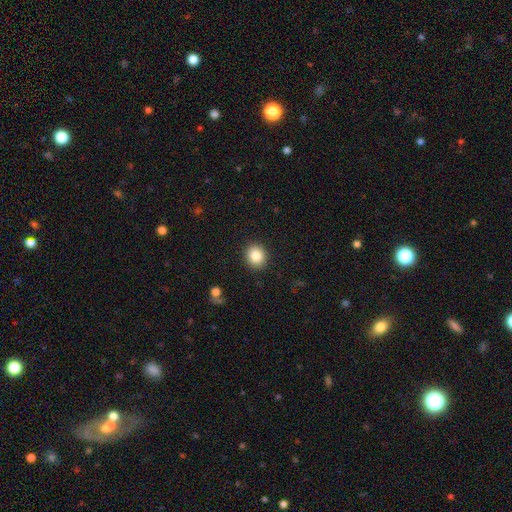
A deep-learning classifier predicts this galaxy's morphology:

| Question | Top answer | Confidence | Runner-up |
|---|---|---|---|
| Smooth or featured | smooth | 84% | star or artifact (10%) |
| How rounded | round | 79% | in between (20%) |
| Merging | none | 90% | minor disturbance (6%) |